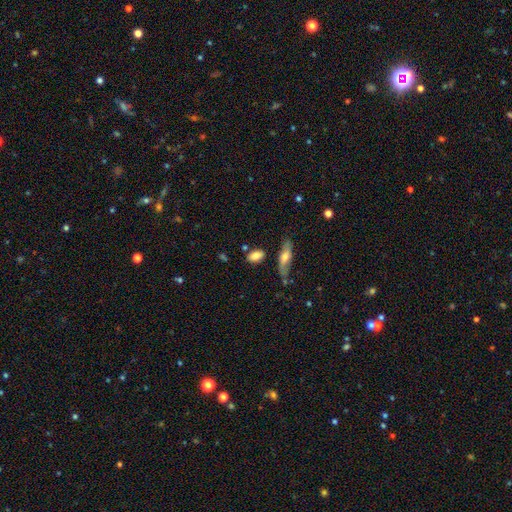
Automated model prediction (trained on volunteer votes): Smooth or featured: smooth — 80% (featured or disk — 12%)
How rounded: in between — 84% (round — 9%)
Merging: none — 70% (minor disturbance — 17%)